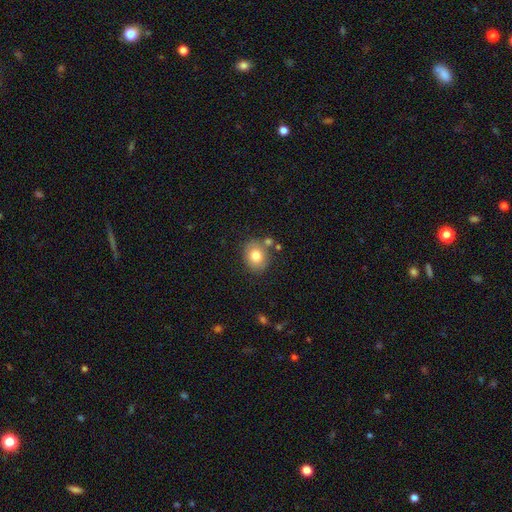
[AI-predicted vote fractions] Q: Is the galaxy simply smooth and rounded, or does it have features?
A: smooth — 79%.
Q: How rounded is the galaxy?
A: round — 60%.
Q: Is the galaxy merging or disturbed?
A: none — 75%.